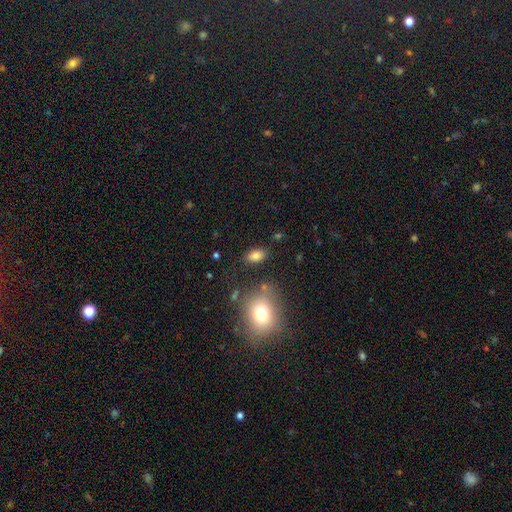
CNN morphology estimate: Smooth or featured: smooth — 81% (star or artifact — 11%)
How rounded: in between — 87% (round — 10%)
Merging: none — 82% (minor disturbance — 11%)